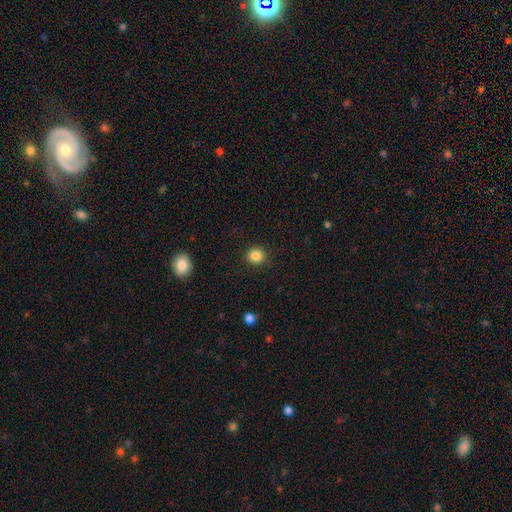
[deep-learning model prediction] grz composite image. It shows a smooth galaxy with no disk features (86%) that is round (89%). Merging: none (90%).